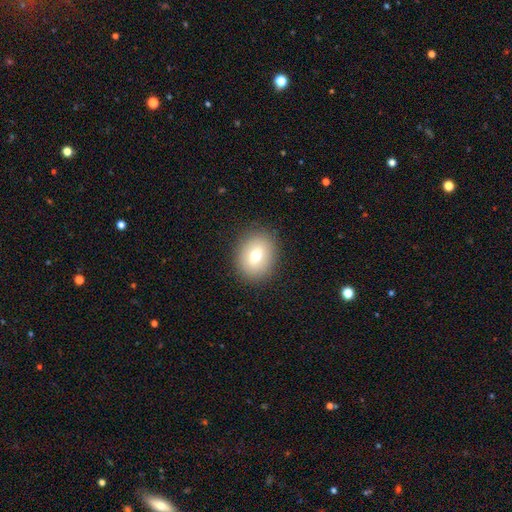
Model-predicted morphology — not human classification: A smooth galaxy with no disk features (72%) that is round (59%). Merging: none (88%).